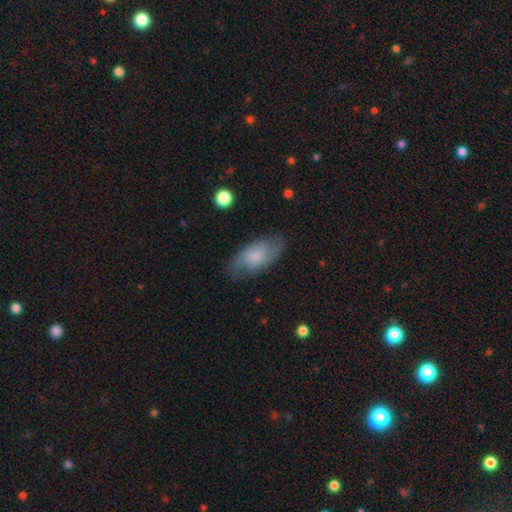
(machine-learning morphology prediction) Smooth or featured?
  - smooth: 52% *
  - featured or disk: 41%
  - star or artifact: 7%
How rounded?
  - in between: 90% *
  - cigar-shaped: 6%
  - round: 4%
Merging?
  - none: 76% *
  - minor disturbance: 17%
  - major disturbance: 5%
  - merger: 1%